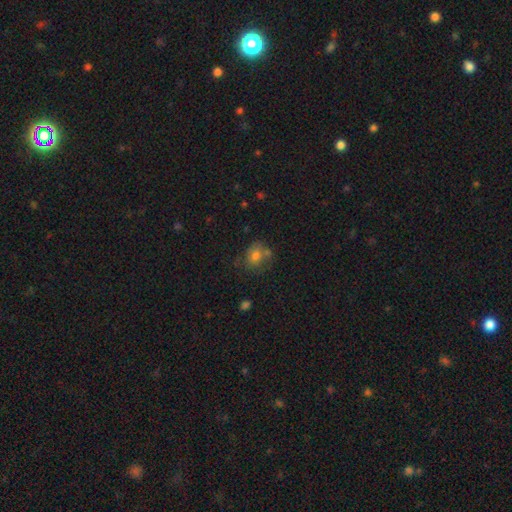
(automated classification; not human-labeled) This appears to be a smooth galaxy with no disk features (71%) that is round (58%). Merging: none (53%).